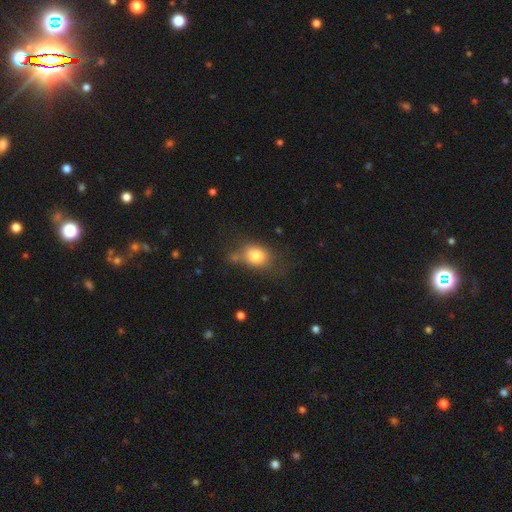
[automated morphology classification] Smooth or featured? Predicted: smooth (p=0.78). How rounded? Predicted: in between (p=0.56). Merging? Predicted: none (p=0.53).